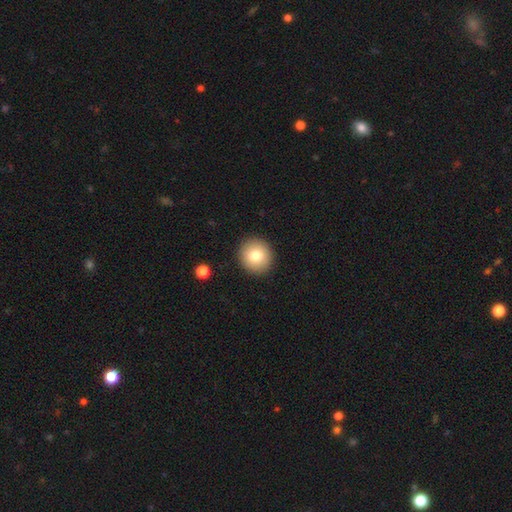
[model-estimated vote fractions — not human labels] A smooth galaxy with no disk features (79%) that is round (92%).

Vote fractions:
- Smooth or featured? smooth: 79% / featured or disk: 12% / star or artifact: 9%
- How rounded? round: 92% / in between: 7% / cigar-shaped: 1%
- Merging? none: 92% / minor disturbance: 5% / major disturbance: 2% / merger: 1%